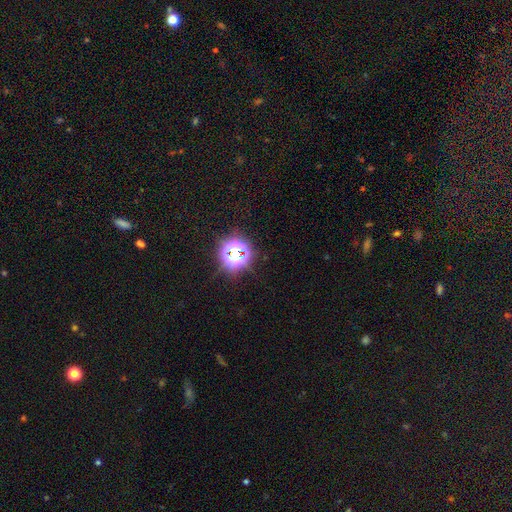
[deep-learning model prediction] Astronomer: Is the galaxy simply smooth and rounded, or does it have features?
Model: star or artifact — 73%.